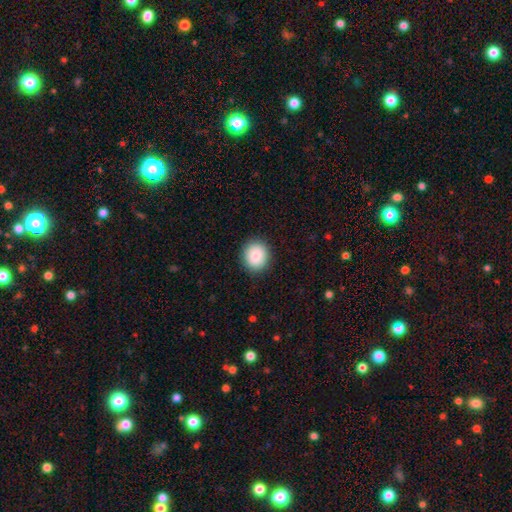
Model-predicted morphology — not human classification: smooth 87%, star or artifact 8%, featured or disk 6%. Down the decision tree: how rounded — round (78%); merging — none (90%).